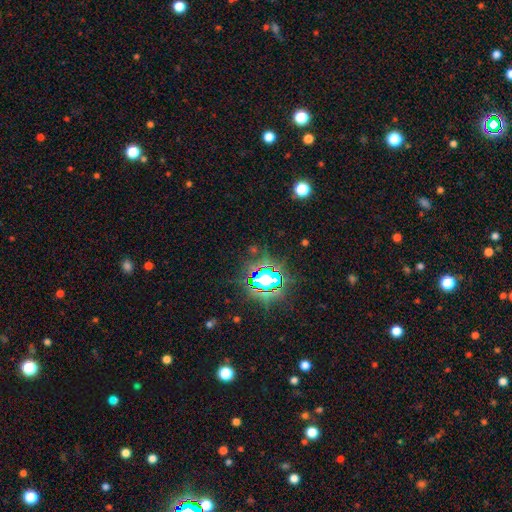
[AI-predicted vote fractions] Smooth or featured?
  - star or artifact: 79% *
  - smooth: 13%
  - featured or disk: 8%